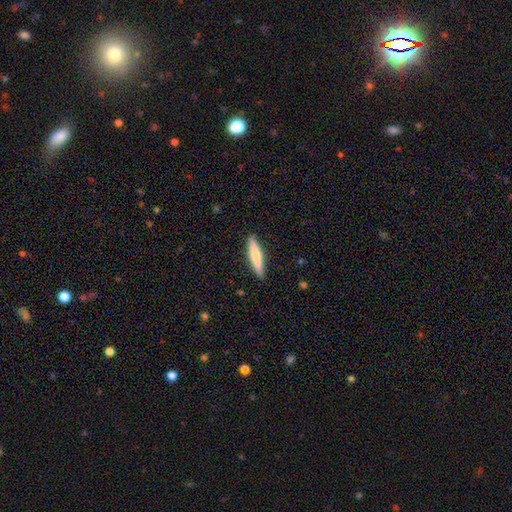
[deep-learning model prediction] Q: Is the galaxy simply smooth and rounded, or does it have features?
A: smooth — 73%.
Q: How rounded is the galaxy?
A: cigar-shaped — 87%.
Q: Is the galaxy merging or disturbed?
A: none — 90%.